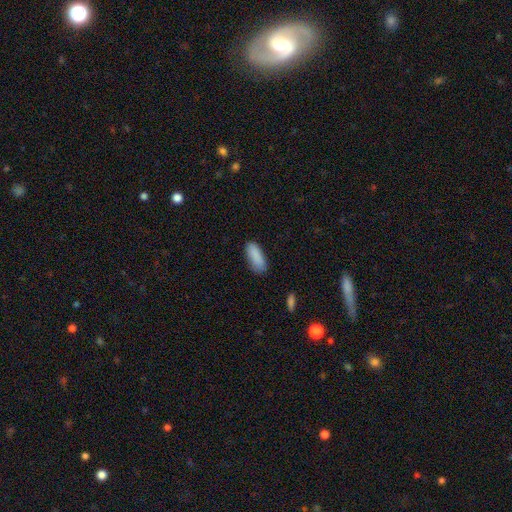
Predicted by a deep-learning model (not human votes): Morphology: type=smooth (89%); roundness=in between (71%); merging=none (81%).